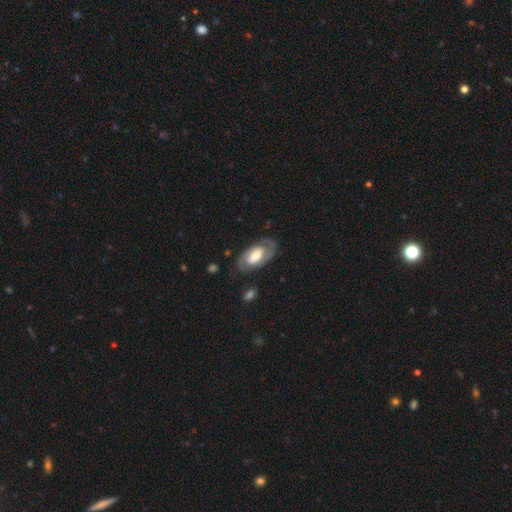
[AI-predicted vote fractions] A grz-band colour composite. It shows a featured or disk galaxy (72%) with no bar (38%), 2 (79%) tight (47%) spiral arms (79%) and a moderate central bulge (58%). Merging: none (76%).